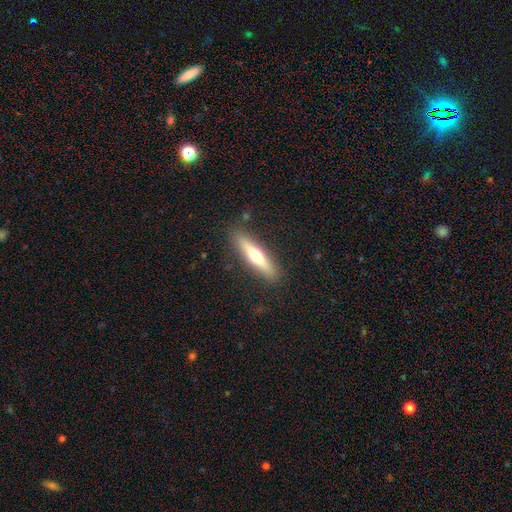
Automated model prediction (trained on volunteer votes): Smooth or featured: smooth — 49% (featured or disk — 45%)
Merging: none — 88% (minor disturbance — 8%)